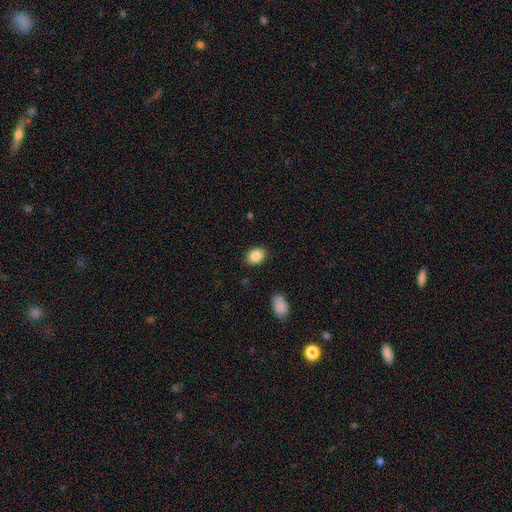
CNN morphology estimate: type=smooth (86%); roundness=in between (77%); merging=none (87%).